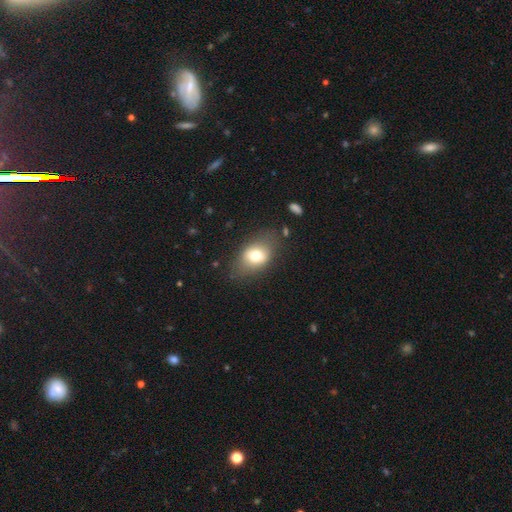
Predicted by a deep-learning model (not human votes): A smooth galaxy with no disk features (70%) that is in between round and cigar-shaped (75%).

Vote fractions:
- Smooth or featured? smooth: 70% / featured or disk: 21% / star or artifact: 9%
- How rounded? in between: 75% / round: 23% / cigar-shaped: 2%
- Merging? none: 74% / minor disturbance: 17% / major disturbance: 7% / merger: 2%